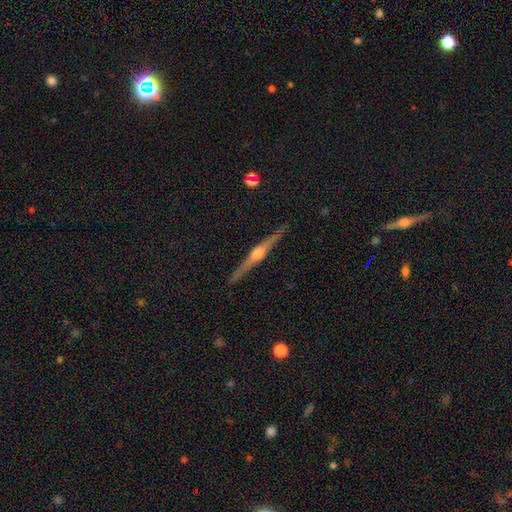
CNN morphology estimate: This appears to be a featured or disk galaxy (84%) viewed edge-on (98%) with a rounded central bulge (92%). Merging: none (92%).